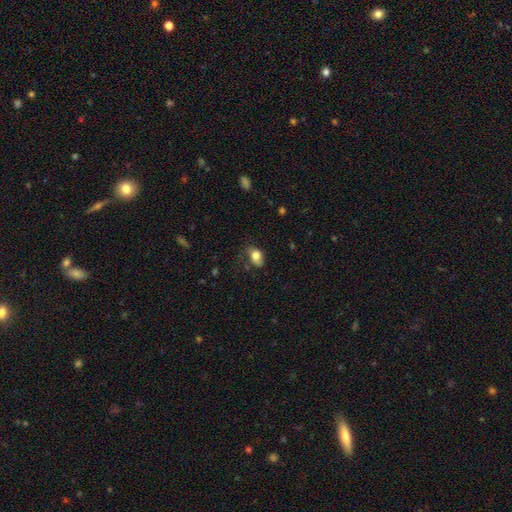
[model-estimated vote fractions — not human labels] A smooth galaxy with no disk features (79%) that is in between round and cigar-shaped (80%). Merging: none (49%).